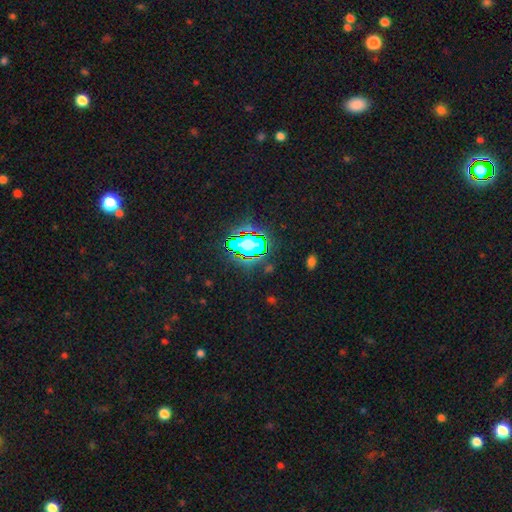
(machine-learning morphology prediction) Smooth or featured?
  - star or artifact: 82% *
  - smooth: 11%
  - featured or disk: 7%